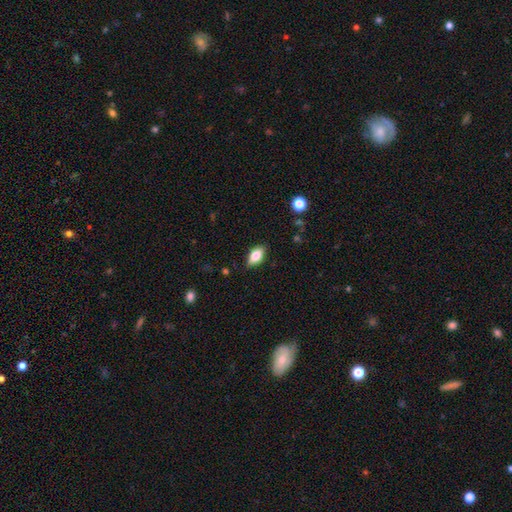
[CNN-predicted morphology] smooth_or_featured: smooth (p=0.76) [alt: featured or disk p=0.17]
how_rounded: in between (p=0.88) [alt: cigar-shaped p=0.08]
merging: none (p=0.83) [alt: minor disturbance p=0.13]